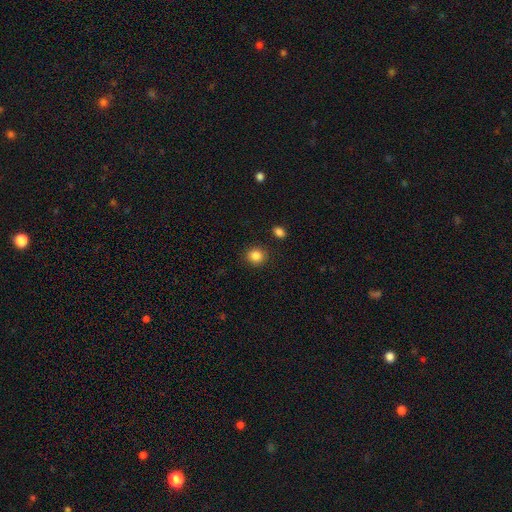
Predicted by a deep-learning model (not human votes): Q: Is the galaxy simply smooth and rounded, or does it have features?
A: smooth — 86%.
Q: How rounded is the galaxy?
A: round — 84%.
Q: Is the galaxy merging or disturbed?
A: none — 89%.